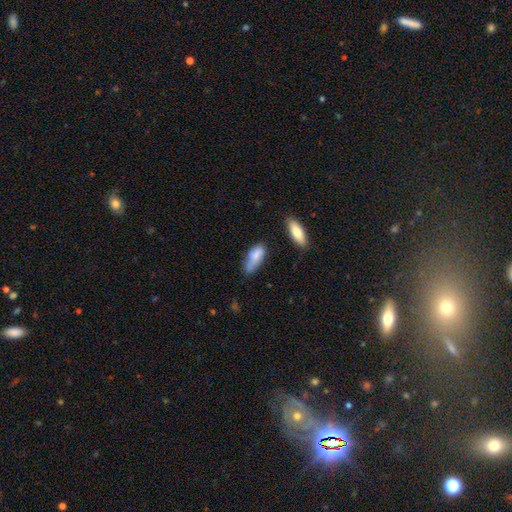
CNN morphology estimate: Overall: smooth (79%). How rounded: in between (77%). Merging: none (47%; minor disturbance 36%).